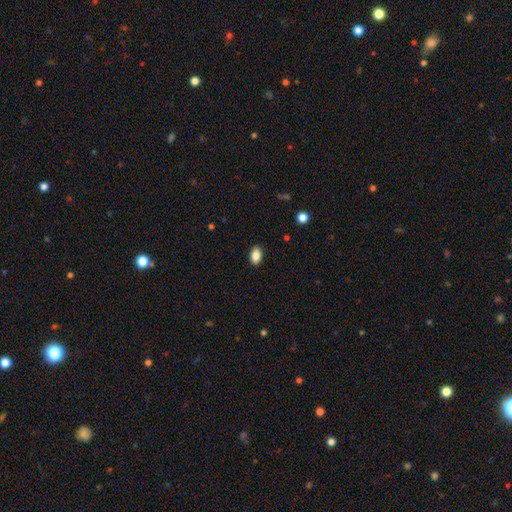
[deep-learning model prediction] Overall: smooth (87%). How rounded: in between (89%). Merging: none (89%).